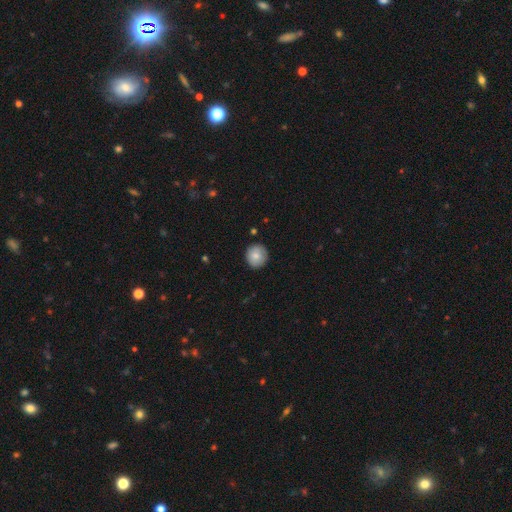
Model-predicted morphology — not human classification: Q: Smooth or featured?
A: smooth (80%); runner-up: featured or disk (12%)
Q: How rounded?
A: round (91%); runner-up: in between (8%)
Q: Merging?
A: none (89%); runner-up: minor disturbance (9%)